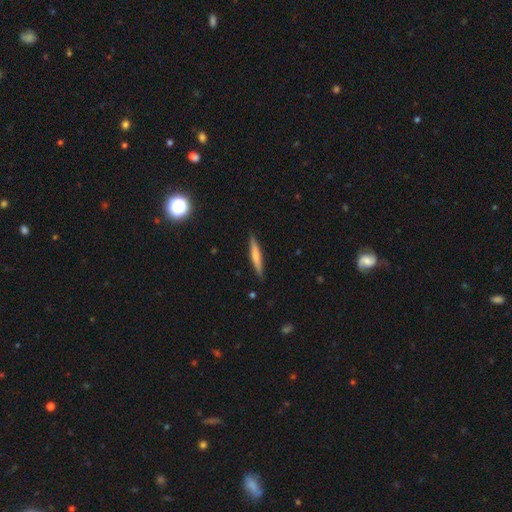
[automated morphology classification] Q: Smooth or featured?
A: smooth (62%); runner-up: featured or disk (33%)
Q: How rounded?
A: cigar-shaped (93%); runner-up: in between (6%)
Q: Merging?
A: none (89%); runner-up: minor disturbance (8%)